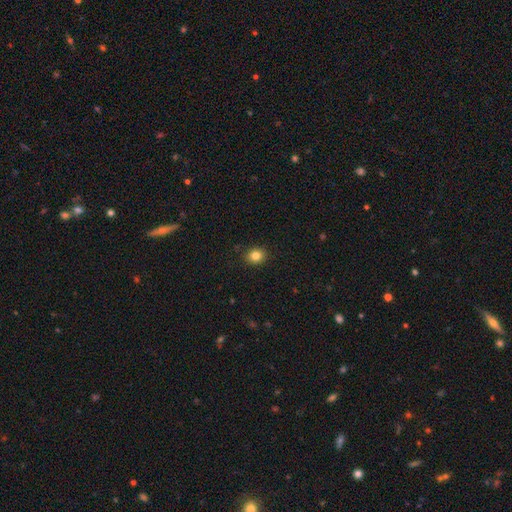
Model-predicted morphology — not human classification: smooth-or-featured: smooth: 83% | star or artifact: 12% | featured or disk: 6%
  how-rounded: round: 72% | in between: 27% | cigar-shaped: 1%
  merging: none: 89% | minor disturbance: 8% | major disturbance: 2% | merger: 1%